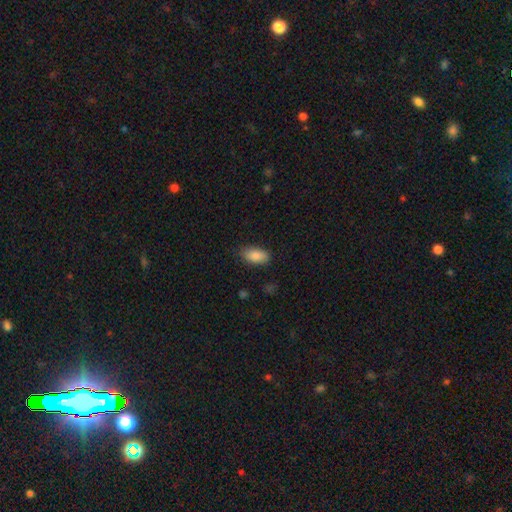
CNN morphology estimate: smooth-or-featured: smooth: 89% | star or artifact: 7% | featured or disk: 5%
  how-rounded: in between: 91% | cigar-shaped: 6% | round: 3%
  merging: none: 83% | minor disturbance: 13% | major disturbance: 3% | merger: 1%